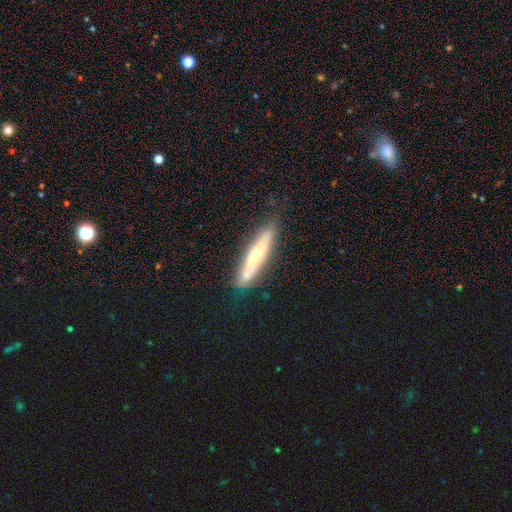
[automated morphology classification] A featured or disk galaxy (54%) viewed edge-on (78%).

Vote fractions:
- Smooth or featured? featured or disk: 54% / smooth: 40% / star or artifact: 6%
- Edge-on disk? yes: 78% / no: 22%
- Merging? none: 78% / minor disturbance: 16% / major disturbance: 3% / merger: 2%